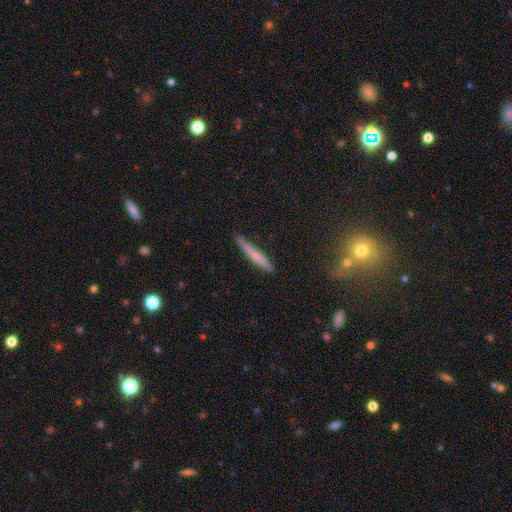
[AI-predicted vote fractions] smooth 63%, featured or disk 30%, star or artifact 7%. Down the decision tree: how rounded — cigar-shaped (96%); merging — none (86%).